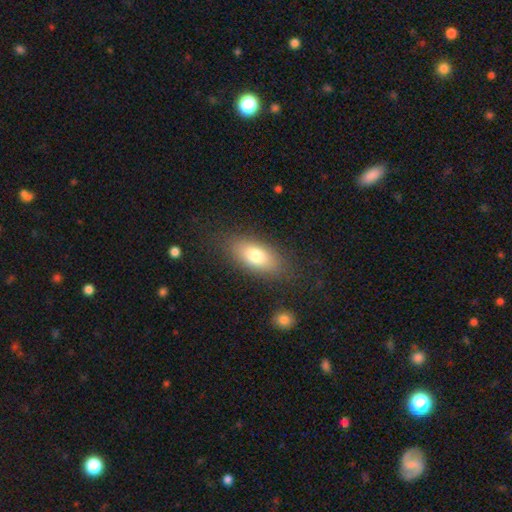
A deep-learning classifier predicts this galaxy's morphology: Q: Smooth or featured?
A: smooth (76%); runner-up: featured or disk (16%)
Q: How rounded?
A: in between (86%); runner-up: cigar-shaped (9%)
Q: Merging?
A: none (82%); runner-up: minor disturbance (12%)